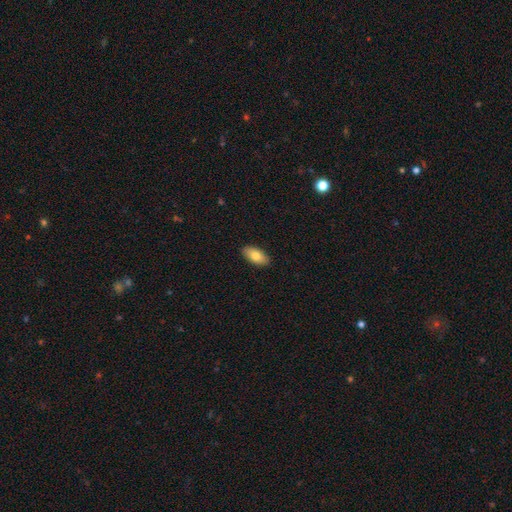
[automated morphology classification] This is likely a smooth galaxy (78%). How rounded: clearly in between (90%). Merging: clearly none (90%).